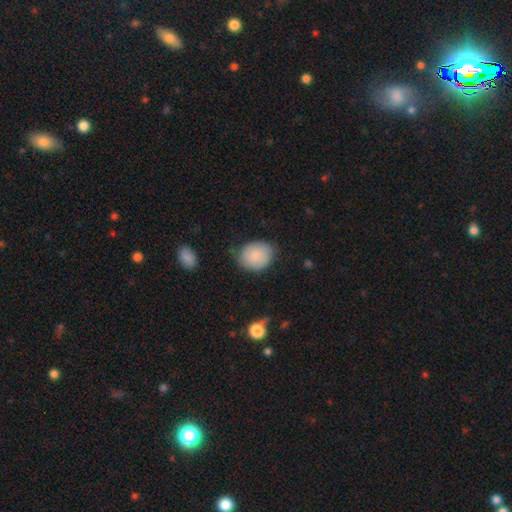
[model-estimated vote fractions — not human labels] A smooth galaxy with no disk features (81%) that is round (53%). Merging: none (68%).